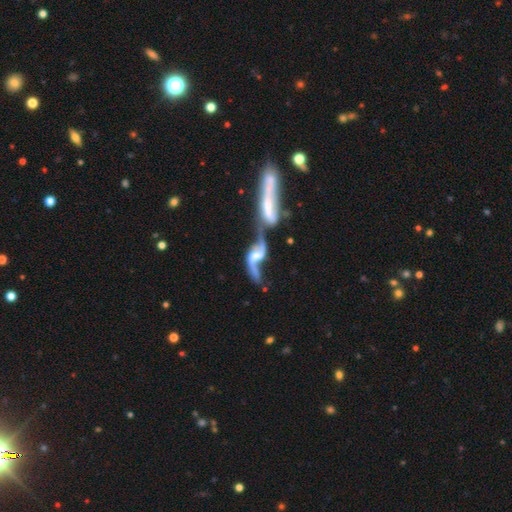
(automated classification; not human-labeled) Smooth or featured: featured or disk — 82% (smooth — 12%)
Edge-on disk: no — 89% (yes — 11%)
Bar: weak — 42% (no — 36%)
Spiral arms: yes — 87% (no — 13%)
Spiral winding: loose — 87% (medium — 10%)
Spiral arm count: 2 — 86% (1 — 6%)
Bulge size: moderate — 36% (small — 24%)
Merging: merger — 72% (none — 12%)